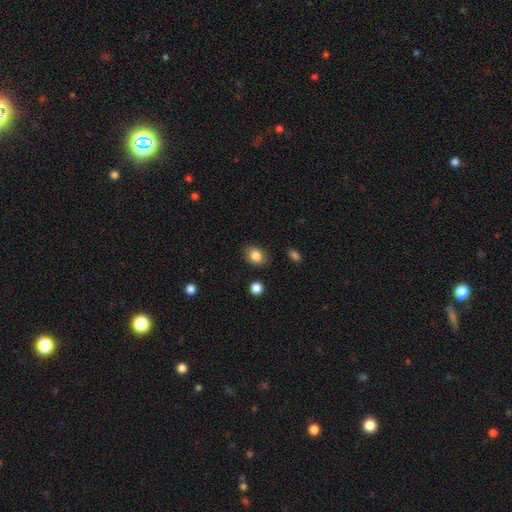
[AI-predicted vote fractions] Smooth or featured?
  - smooth: 85% *
  - star or artifact: 9%
  - featured or disk: 6%
How rounded?
  - in between: 68% *
  - round: 31%
  - cigar-shaped: 1%
Merging?
  - none: 84% *
  - minor disturbance: 11%
  - major disturbance: 3%
  - merger: 2%